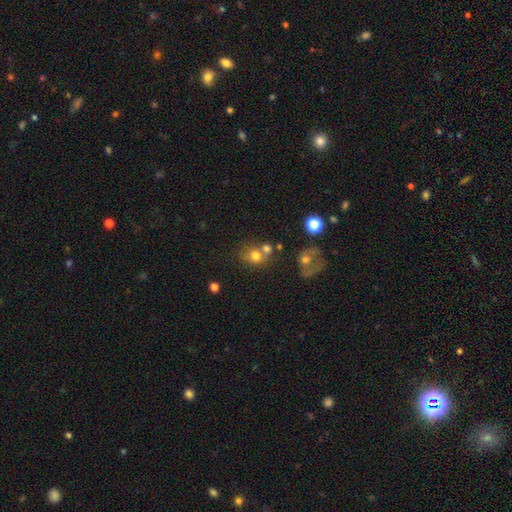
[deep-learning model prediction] Smooth or featured: smooth — 73% (star or artifact — 14%)
How rounded: round — 72% (in between — 27%)
Merging: none — 42% (merger — 40%)